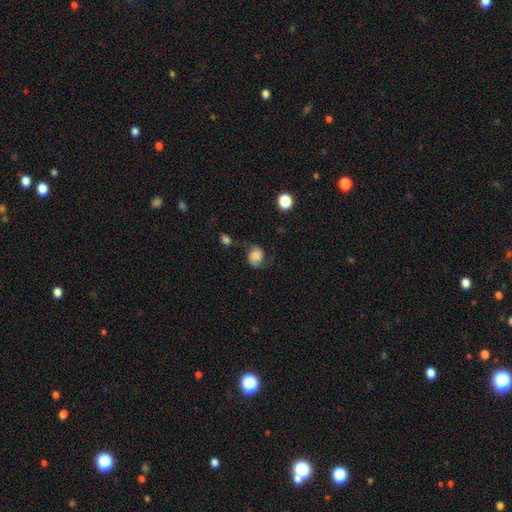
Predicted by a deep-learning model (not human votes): Smooth or featured? Predicted: smooth (p=0.53). How rounded? Predicted: round (p=0.60). Merging? Predicted: none (p=0.57).